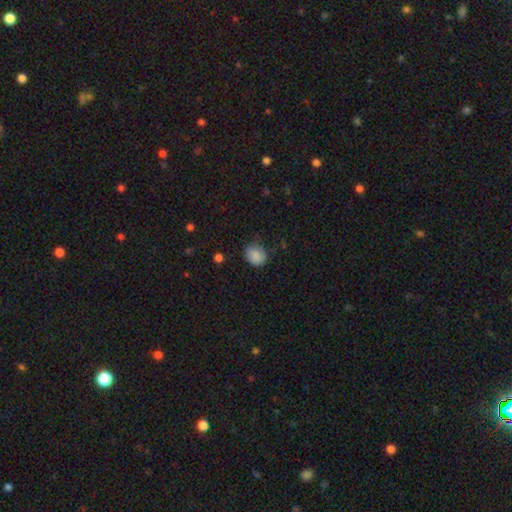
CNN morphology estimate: Q: Smooth or featured?
A: smooth (85%); runner-up: star or artifact (8%)
Q: How rounded?
A: round (63%); runner-up: in between (36%)
Q: Merging?
A: none (69%); runner-up: minor disturbance (24%)